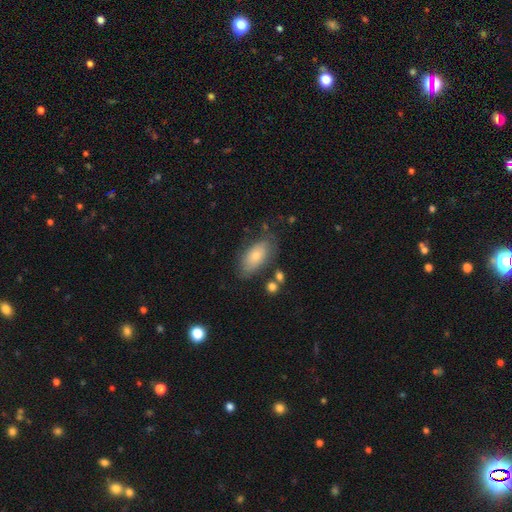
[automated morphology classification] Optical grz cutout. It shows a smooth galaxy with no disk features (73%) that is in between round and cigar-shaped (91%). Merging: none (69%).